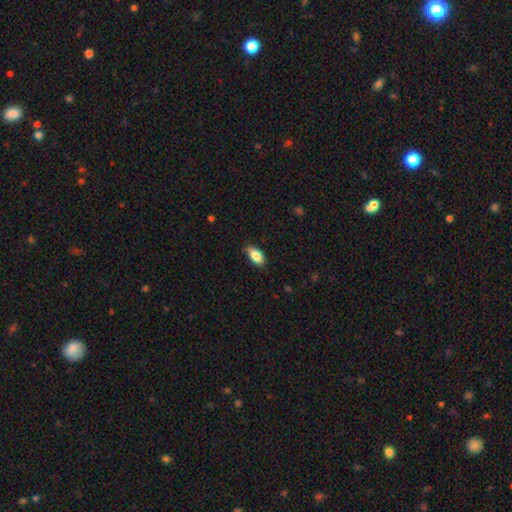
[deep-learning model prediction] smooth 83%, featured or disk 10%, star or artifact 7%. Down the decision tree: how rounded — in between (90%); merging — none (79%).